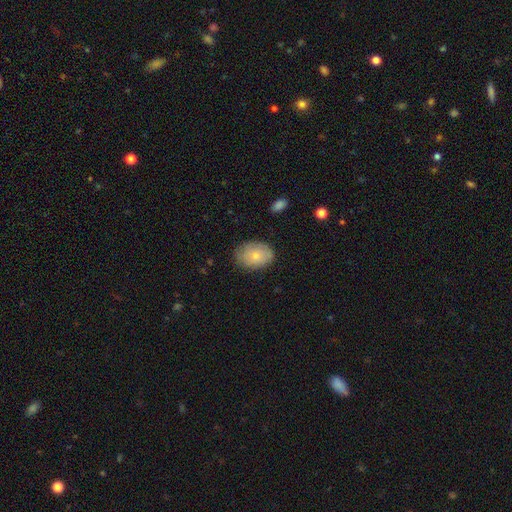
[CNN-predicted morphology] type=smooth (72%); roundness=in between (74%); merging=none (76%).